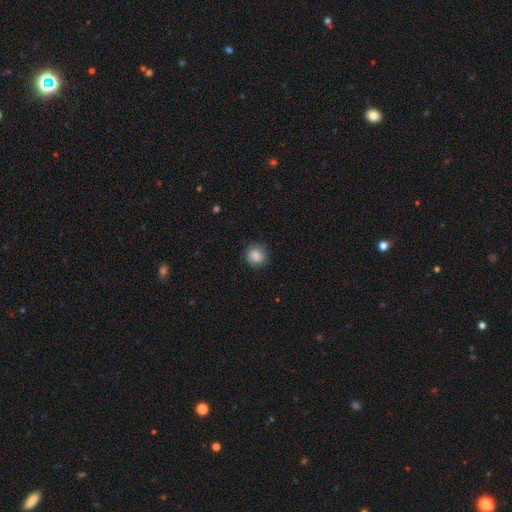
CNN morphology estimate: smooth 83%, star or artifact 9%, featured or disk 8%. Down the decision tree: how rounded — round (87%); merging — none (82%).